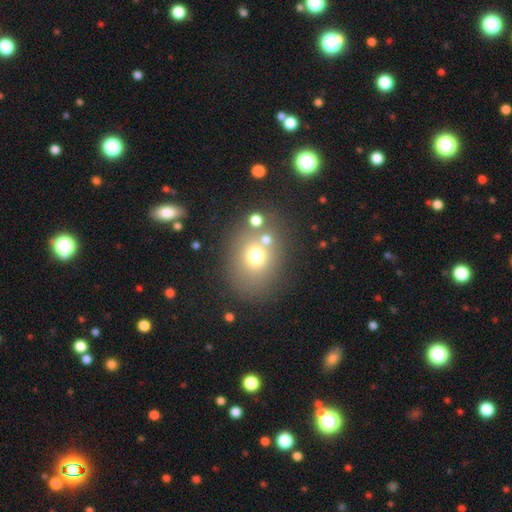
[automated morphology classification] The model was most divided on "how rounded": round: 57%, in between: 42%, cigar-shaped: 1%. More confident: smooth or featured — smooth (67%); merging — none (67%).